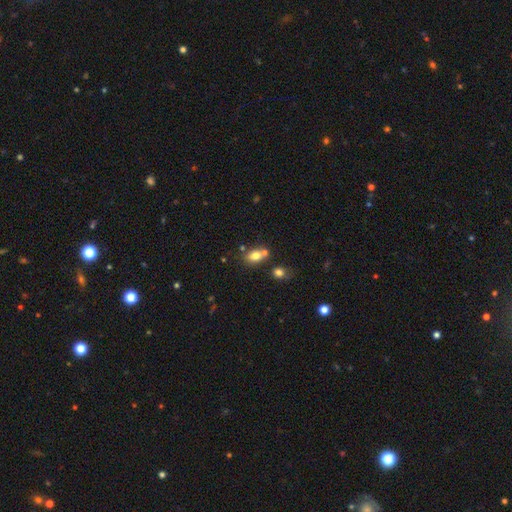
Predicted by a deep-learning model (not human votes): smooth_or_featured: smooth (p=0.76) [alt: star or artifact p=0.12]
how_rounded: in between (p=0.64) [alt: round p=0.34]
merging: none (p=0.52) [alt: merger p=0.31]